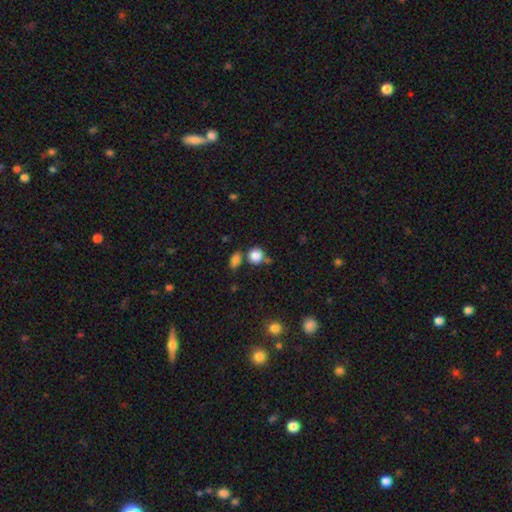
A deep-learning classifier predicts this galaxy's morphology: The model was most divided on "merging": none: 63%, merger: 20%, minor disturbance: 13%, major disturbance: 4%. More confident: how rounded — round (86%); smooth or featured — smooth (84%).